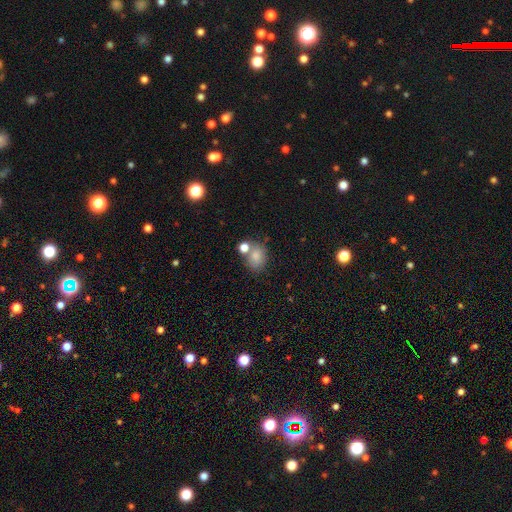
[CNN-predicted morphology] Smooth or featured? Predicted: smooth (p=0.80). How rounded? Predicted: in between (p=0.56). Merging? Predicted: none (p=0.56).